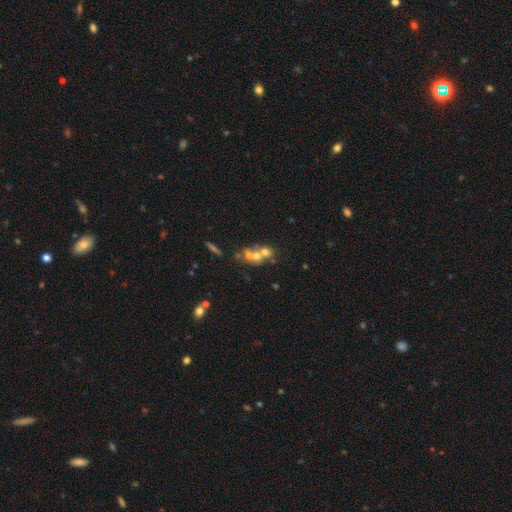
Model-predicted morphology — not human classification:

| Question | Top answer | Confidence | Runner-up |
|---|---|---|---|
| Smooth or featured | smooth | 42% | featured or disk (39%) |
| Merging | merger | 57% | none (29%) |